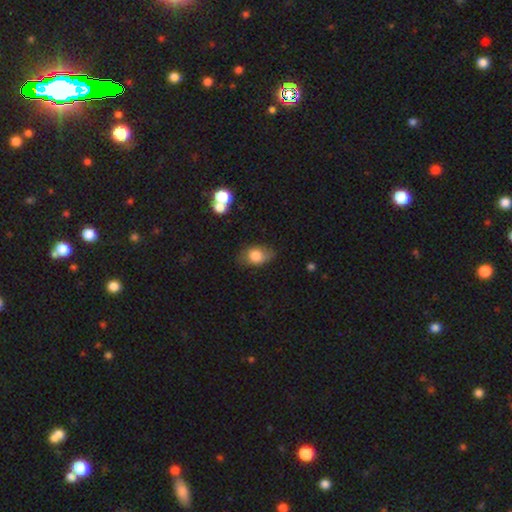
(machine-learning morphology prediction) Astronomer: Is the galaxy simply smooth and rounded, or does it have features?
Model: smooth — 78%.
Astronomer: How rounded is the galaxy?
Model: in between — 75%.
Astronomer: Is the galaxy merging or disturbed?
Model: none — 64%.